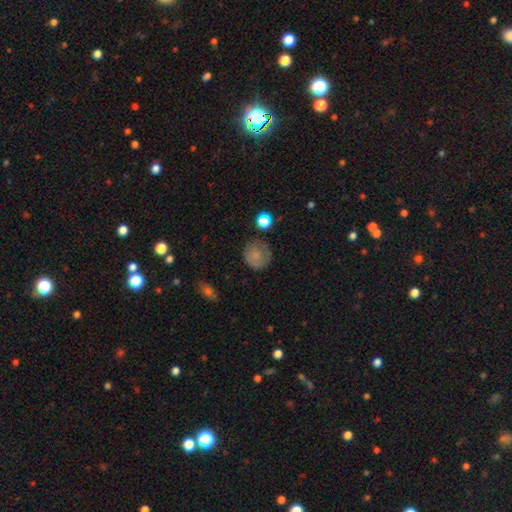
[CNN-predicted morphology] type=smooth (75%); roundness=round (88%); merging=none (72%).